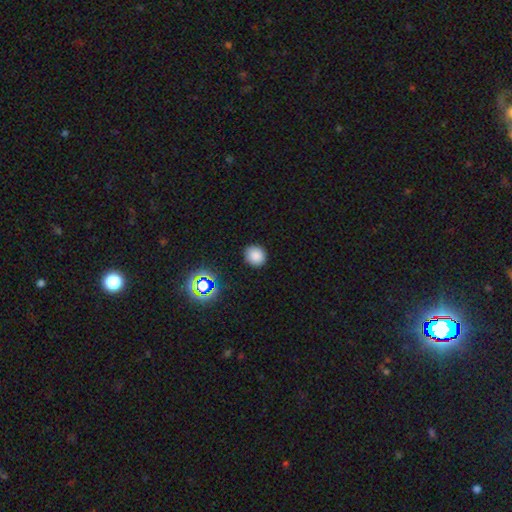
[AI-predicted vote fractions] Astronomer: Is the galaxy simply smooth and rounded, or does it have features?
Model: smooth — 81%.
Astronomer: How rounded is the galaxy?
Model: round — 79%.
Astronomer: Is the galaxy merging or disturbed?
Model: none — 89%.